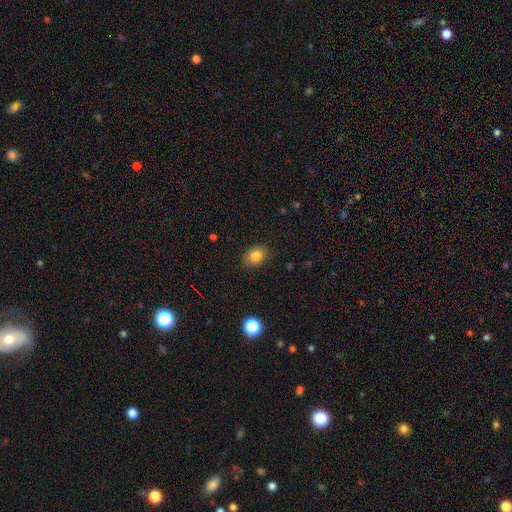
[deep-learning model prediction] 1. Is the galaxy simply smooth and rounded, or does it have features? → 84% smooth, 10% star or artifact, 6% featured or disk.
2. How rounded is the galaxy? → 59% in between, 40% round, 1% cigar-shaped.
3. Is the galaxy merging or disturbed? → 86% none, 10% minor disturbance, 3% major disturbance, 1% merger.